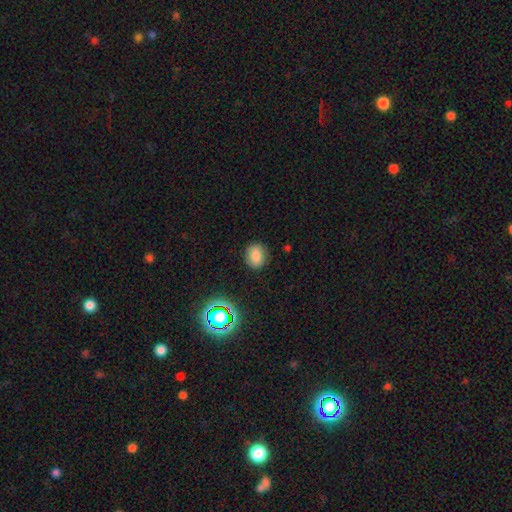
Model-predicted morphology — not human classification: This appears to be a smooth galaxy with no disk features (79%) that is round (66%). Merging: none (85%).